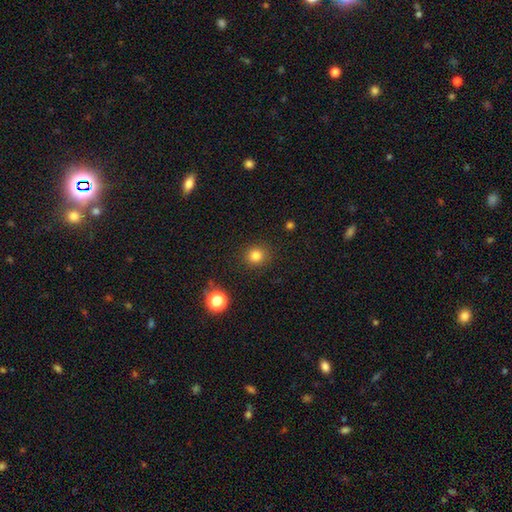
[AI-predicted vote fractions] Smooth or featured?
  - smooth: 81% *
  - star or artifact: 14%
  - featured or disk: 5%
How rounded?
  - round: 90% *
  - in between: 10%
  - cigar-shaped: 1%
Merging?
  - none: 90% *
  - minor disturbance: 7%
  - major disturbance: 2%
  - merger: 1%